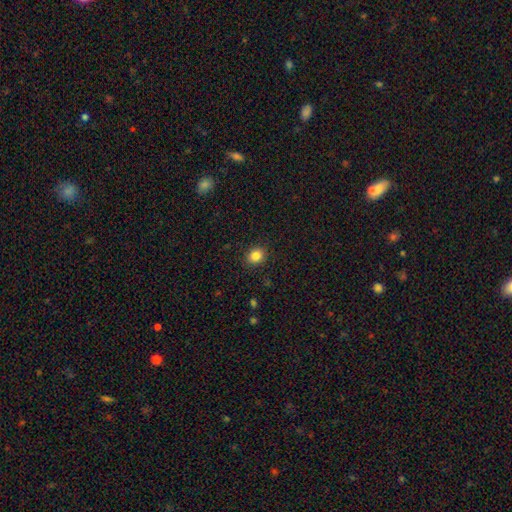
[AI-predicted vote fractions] Morphology: type=smooth (84%); roundness=round (65%); merging=none (89%).